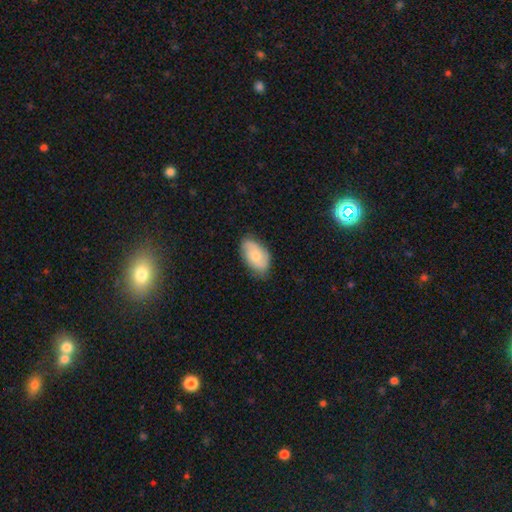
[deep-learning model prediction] smooth-or-featured: smooth: 69% | featured or disk: 25% | star or artifact: 6%
  how-rounded: in between: 93% | round: 5% | cigar-shaped: 2%
  merging: none: 75% | minor disturbance: 20% | major disturbance: 4% | merger: 1%